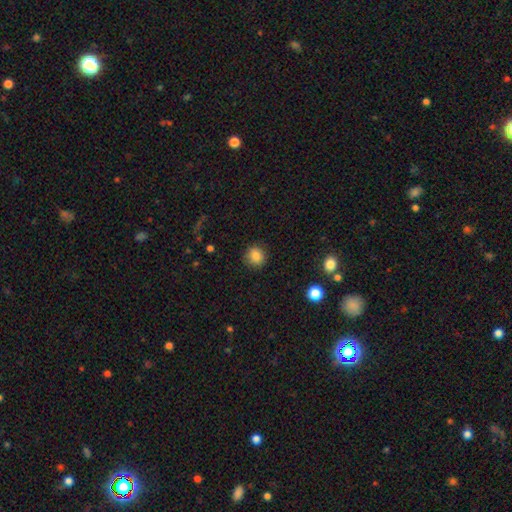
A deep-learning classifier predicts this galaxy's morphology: A smooth galaxy with no disk features (84%) that is round (84%).

Vote fractions:
- Smooth or featured? smooth: 84% / star or artifact: 10% / featured or disk: 5%
- How rounded? round: 84% / in between: 15% / cigar-shaped: 1%
- Merging? none: 86% / minor disturbance: 10% / major disturbance: 3% / merger: 1%